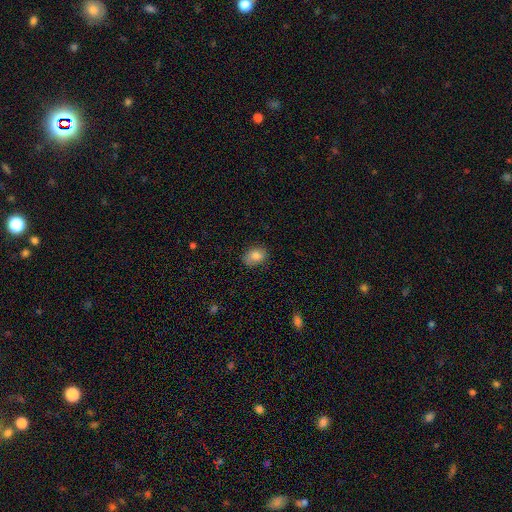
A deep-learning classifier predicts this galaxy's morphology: Q: Smooth or featured?
A: smooth (82%); runner-up: featured or disk (10%)
Q: How rounded?
A: in between (68%); runner-up: round (31%)
Q: Merging?
A: none (77%); runner-up: minor disturbance (18%)